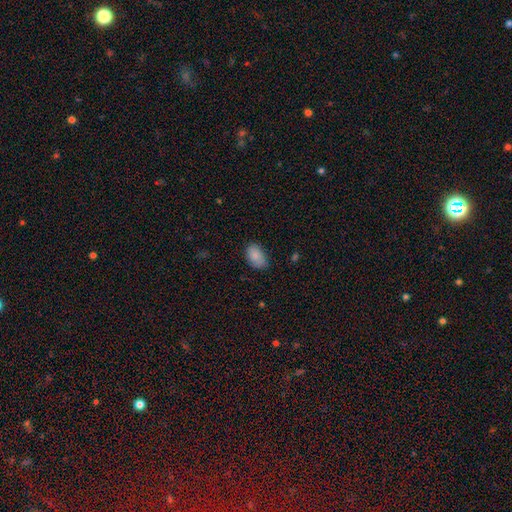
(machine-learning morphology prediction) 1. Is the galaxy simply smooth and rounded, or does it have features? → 88% smooth, 7% star or artifact, 5% featured or disk.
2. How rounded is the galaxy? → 92% in between, 7% round, 1% cigar-shaped.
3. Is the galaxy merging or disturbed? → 77% none, 18% minor disturbance, 3% major disturbance, 1% merger.